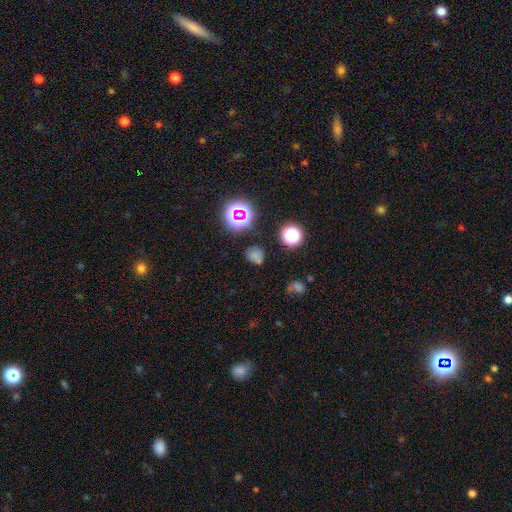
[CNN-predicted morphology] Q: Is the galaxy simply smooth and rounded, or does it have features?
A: smooth — 65%.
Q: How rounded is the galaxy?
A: round — 77%.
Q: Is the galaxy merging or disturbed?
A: none — 76%.